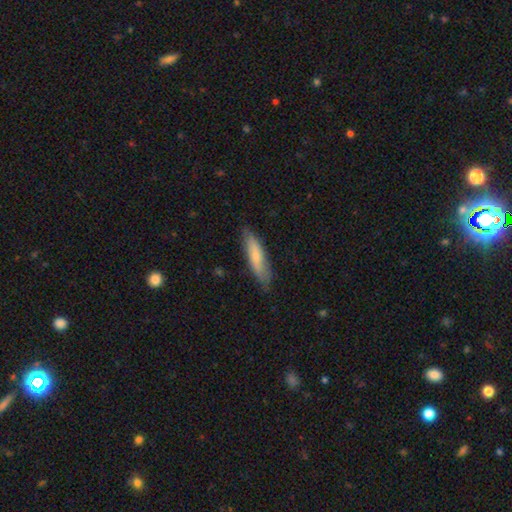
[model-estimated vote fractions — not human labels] smooth 70%, featured or disk 25%, star or artifact 5%. Down the decision tree: how rounded — cigar-shaped (76%); merging — none (80%).